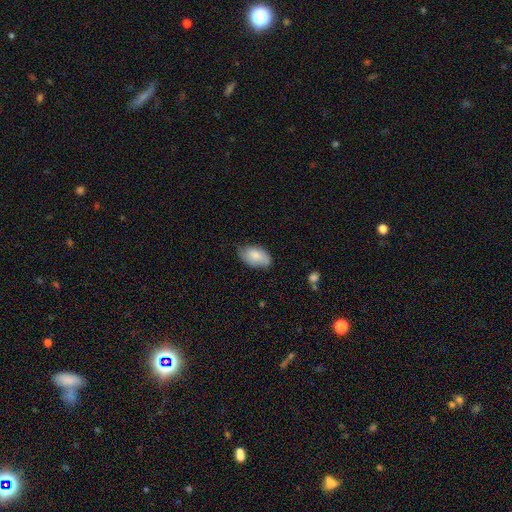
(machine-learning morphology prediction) smooth 79%, featured or disk 14%, star or artifact 6%. Down the decision tree: how rounded — in between (94%); merging — none (64%).